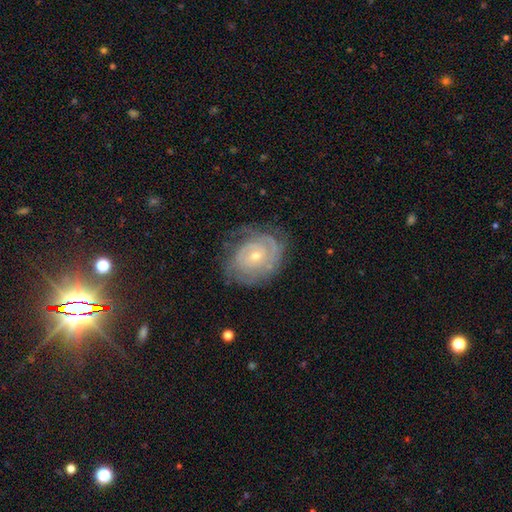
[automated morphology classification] Smooth or featured: featured or disk — 80% (smooth — 14%)
Edge-on disk: no — 97% (yes — 3%)
Bar: no — 71% (weak — 25%)
Spiral arms: yes — 88% (no — 12%)
Spiral winding: tight — 73% (medium — 21%)
Spiral arm count: can't tell — 42% (2 — 28%)
Bulge size: small — 63% (moderate — 34%)
Merging: none — 66% (minor disturbance — 22%)